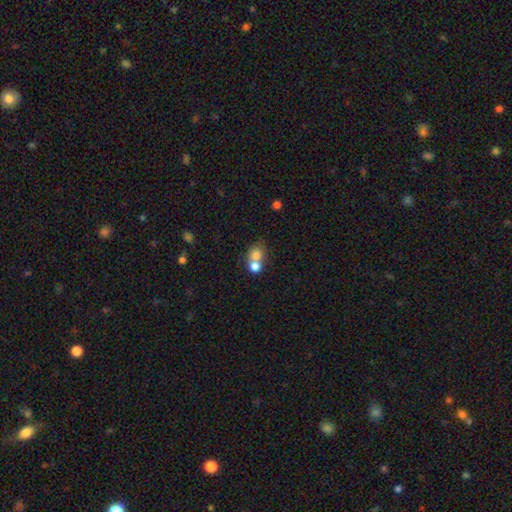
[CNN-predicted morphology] smooth-or-featured: smooth: 77% | featured or disk: 13% | star or artifact: 10%
  how-rounded: round: 62% | in between: 37% | cigar-shaped: 1%
  merging: merger: 59% | none: 30% | minor disturbance: 7% | major disturbance: 4%